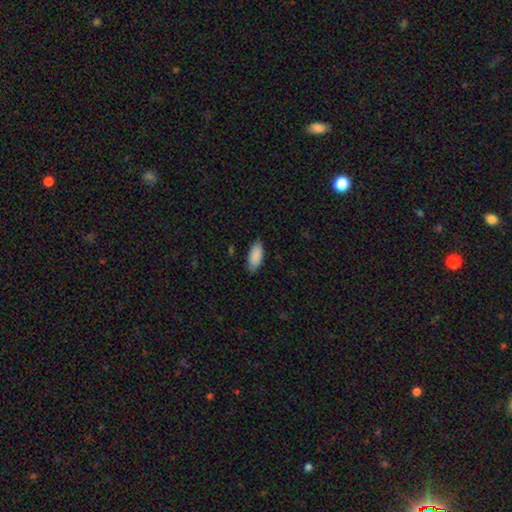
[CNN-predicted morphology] type=smooth (90%); roundness=in between (88%); merging=none (82%).